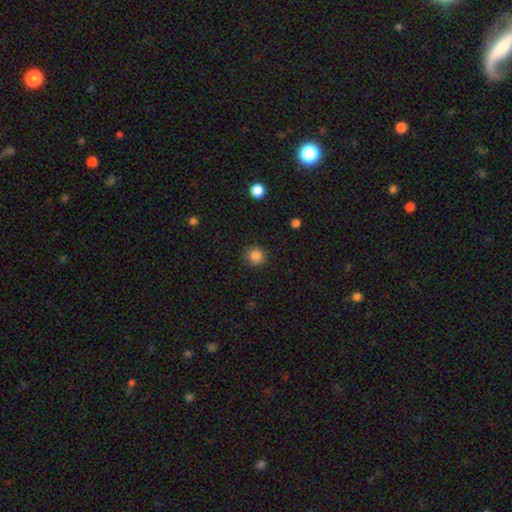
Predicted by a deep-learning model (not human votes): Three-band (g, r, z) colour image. It shows a smooth galaxy with no disk features (86%) that is round (92%). Merging: none (88%).